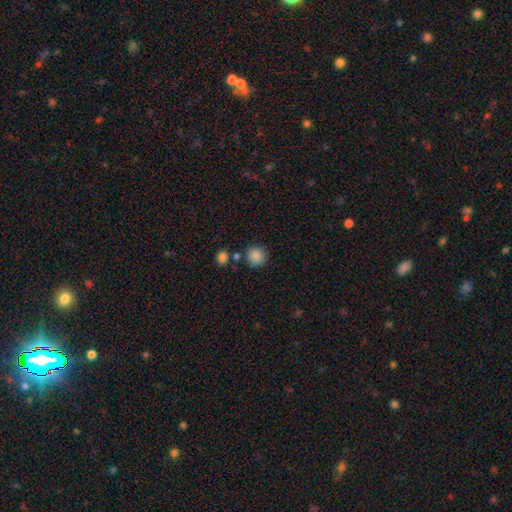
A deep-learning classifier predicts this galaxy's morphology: This appears to be a smooth galaxy with no disk features (87%) that is round (92%). Merging: none (81%).